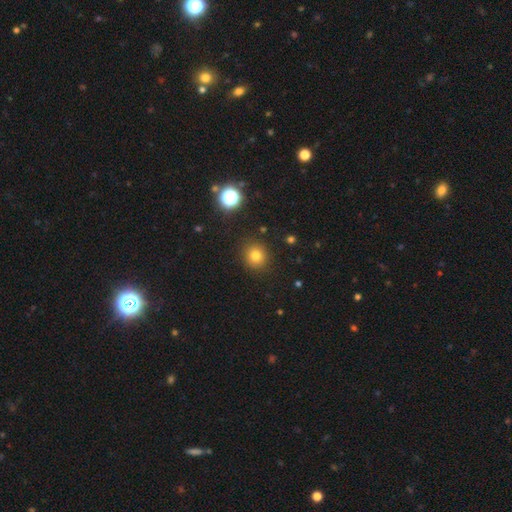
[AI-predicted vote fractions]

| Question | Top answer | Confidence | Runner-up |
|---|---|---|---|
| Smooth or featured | smooth | 77% | star or artifact (16%) |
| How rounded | round | 90% | in between (9%) |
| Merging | none | 90% | minor disturbance (6%) |